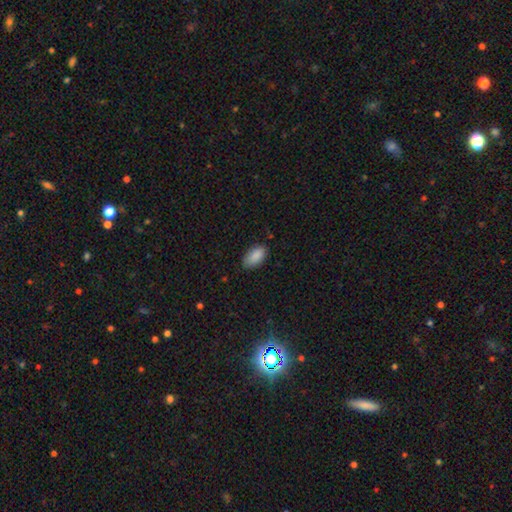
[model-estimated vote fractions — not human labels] Overall: smooth (89%). How rounded: in between (94%). Merging: none (79%).